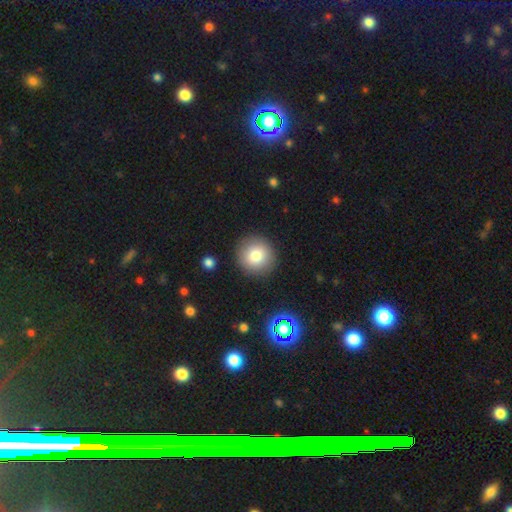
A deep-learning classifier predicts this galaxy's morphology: smooth-or-featured: smooth: 79% | featured or disk: 11% | star or artifact: 11%
  how-rounded: round: 94% | in between: 5% | cigar-shaped: 1%
  merging: none: 90% | minor disturbance: 6% | major disturbance: 2% | merger: 2%